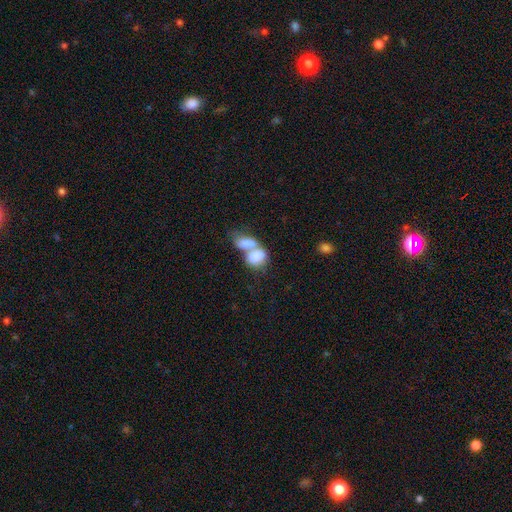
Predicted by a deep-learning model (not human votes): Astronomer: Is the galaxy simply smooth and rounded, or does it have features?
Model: smooth — 78%.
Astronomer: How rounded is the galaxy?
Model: in between — 83%.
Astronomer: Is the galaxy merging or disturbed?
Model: merger — 76%.